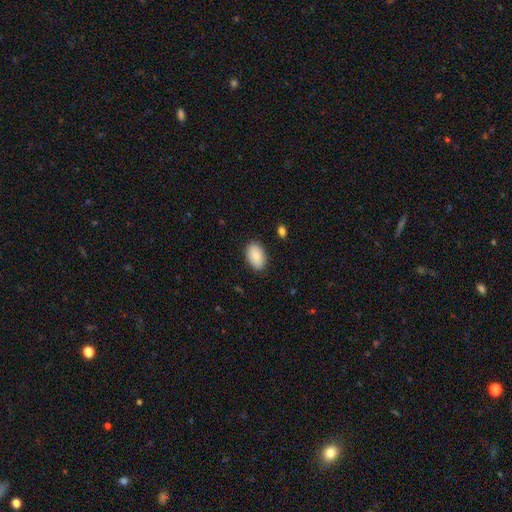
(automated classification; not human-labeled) Morphology: type=smooth (87%); roundness=in between (93%); merging=none (86%).